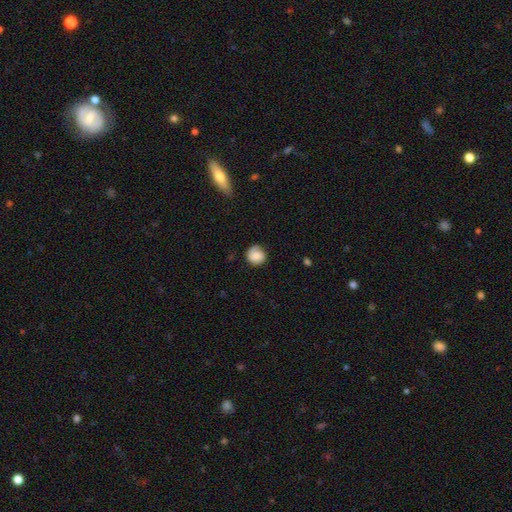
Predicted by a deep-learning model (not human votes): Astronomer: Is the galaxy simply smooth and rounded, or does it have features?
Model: smooth — 71%.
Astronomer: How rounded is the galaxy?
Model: round — 85%.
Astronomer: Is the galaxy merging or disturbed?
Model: none — 73%.